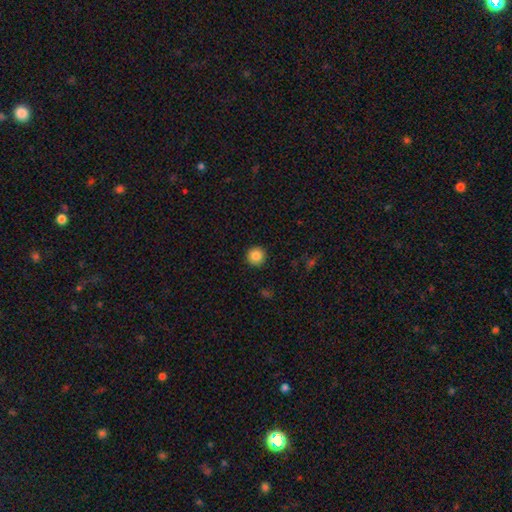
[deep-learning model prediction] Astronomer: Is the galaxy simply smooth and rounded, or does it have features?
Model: smooth — 86%.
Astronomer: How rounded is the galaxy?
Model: round — 96%.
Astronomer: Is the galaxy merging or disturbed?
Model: none — 93%.